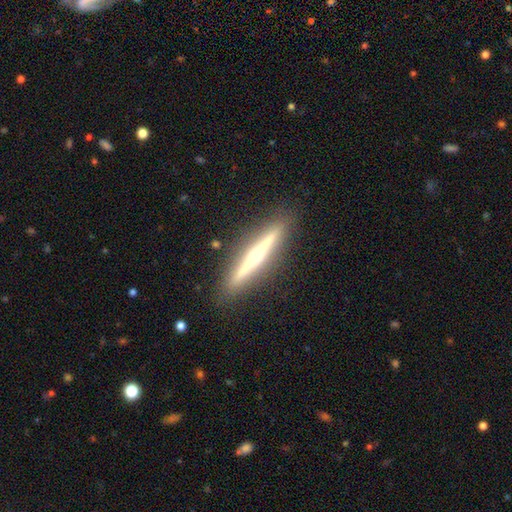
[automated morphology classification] Smooth or featured? featured or disk (77%)
Edge-on disk? yes (97%)
Edge-on bulge? rounded (88%)
Merging? none (90%)